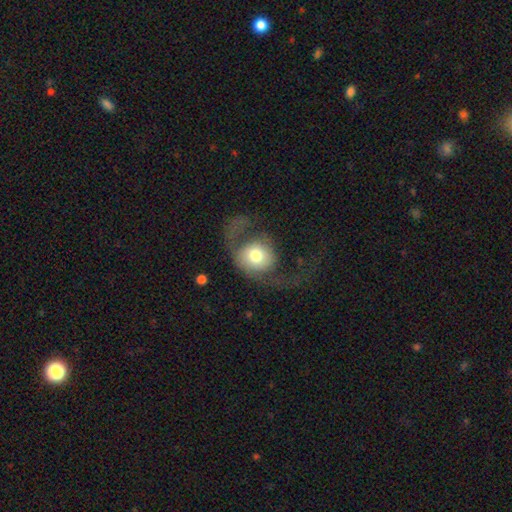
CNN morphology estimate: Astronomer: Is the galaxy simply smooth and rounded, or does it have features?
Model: smooth — 51% (runner-up: featured or disk, 42%).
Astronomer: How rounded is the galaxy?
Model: round — 76%.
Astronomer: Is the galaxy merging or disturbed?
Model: major disturbance — 55%.